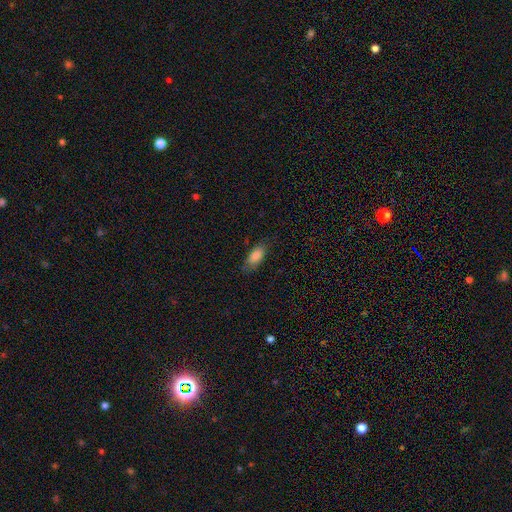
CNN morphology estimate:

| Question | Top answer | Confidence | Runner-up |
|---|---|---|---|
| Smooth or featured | smooth | 84% | featured or disk (10%) |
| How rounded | in between | 83% | cigar-shaped (14%) |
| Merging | none | 76% | minor disturbance (18%) |